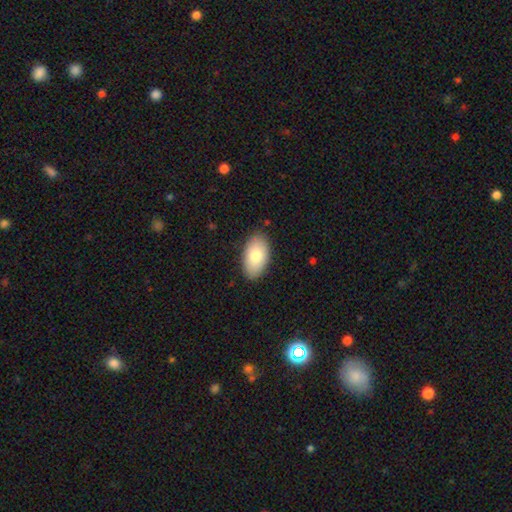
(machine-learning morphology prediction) The model was most divided on "smooth or featured": smooth: 79%, featured or disk: 15%, star or artifact: 6%. More confident: how rounded — in between (95%); merging — none (85%).